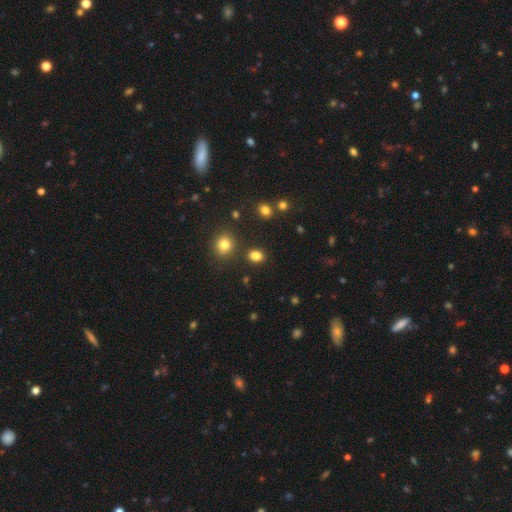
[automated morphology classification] A smooth galaxy with no disk features (83%) that is round (51%). Merging: none (85%).